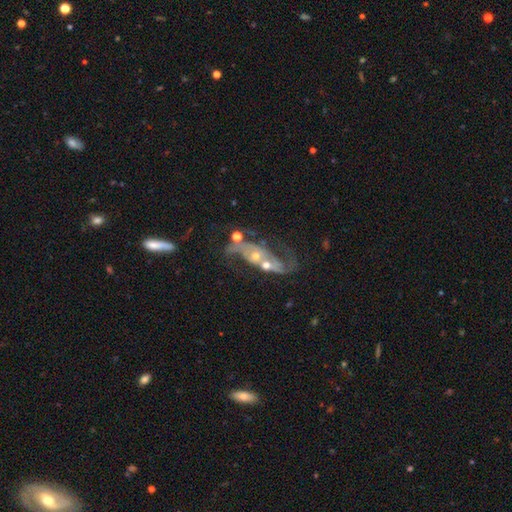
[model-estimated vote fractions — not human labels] The model was most divided on "merging": merger: 38%, none: 29%, major disturbance: 21%, minor disturbance: 13%. More confident: edge-on disk — no (94%); spiral arm count — 2 (84%); spiral arms — yes (83%); smooth or featured — featured or disk (79%); bar — no (69%); spiral winding — loose (61%); bulge size — moderate (50%).